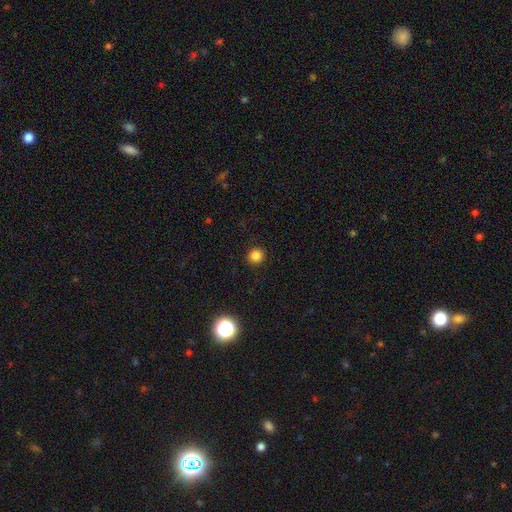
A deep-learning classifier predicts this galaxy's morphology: smooth-or-featured: smooth: 84% | star or artifact: 13% | featured or disk: 4%
  how-rounded: round: 91% | in between: 8% | cigar-shaped: 1%
  merging: none: 91% | minor disturbance: 6% | major disturbance: 2% | merger: 1%